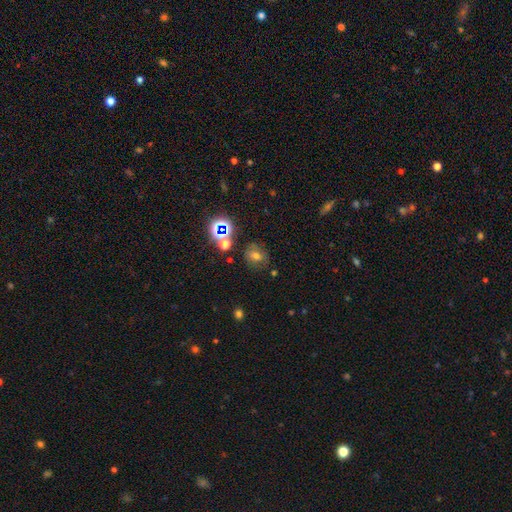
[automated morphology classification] The model was most divided on "smooth or featured": smooth: 50%, star or artifact: 31%, featured or disk: 19%. More confident: merging — none (73%); how rounded — round (62%).